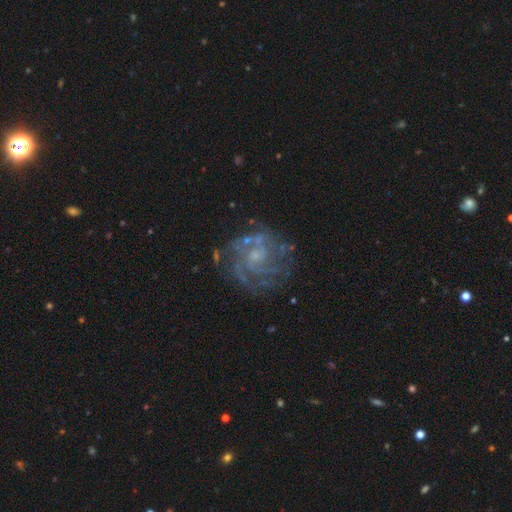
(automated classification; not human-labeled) This is clearly a featured or disk galaxy (83%). It is clearly not viewed edge-on (98%). Bar: likely no (63%). Spiral arm pattern: clearly yes (91%). Spiral arm count: marginally can't tell (32%). Spiral winding: possibly tight (52%). Central bulge: possibly small (56%). Merging: likely none (71%).